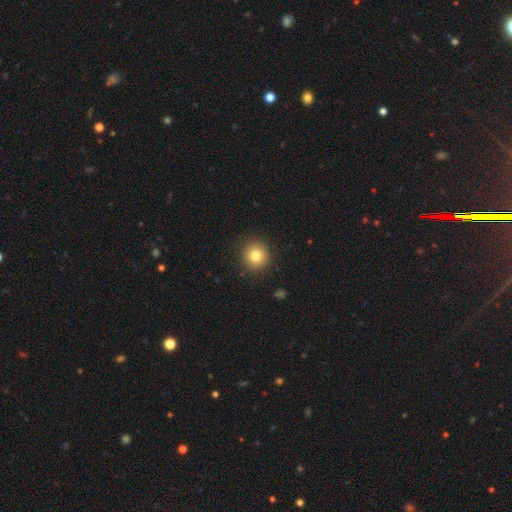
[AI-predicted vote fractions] smooth_or_featured: smooth (p=0.82) [alt: star or artifact p=0.11]
how_rounded: round (p=0.91) [alt: in between p=0.08]
merging: none (p=0.90) [alt: minor disturbance p=0.07]